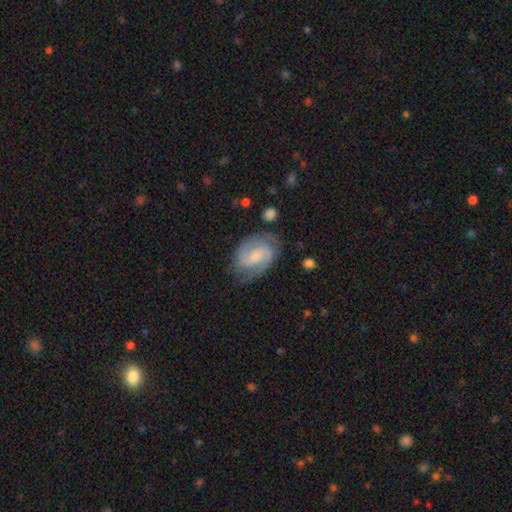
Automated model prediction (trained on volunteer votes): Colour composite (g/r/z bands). It shows a featured or disk galaxy (81%) with a weak bar (48%), 2 (85%) medium (47%) spiral arms (96%) and a small central bulge (38%). Merging: none (74%).